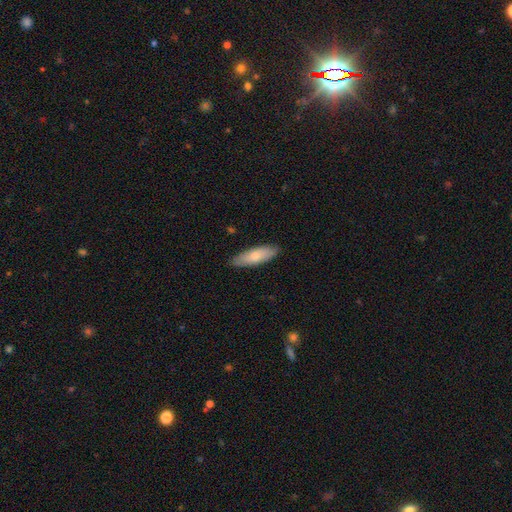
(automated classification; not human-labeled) Smooth or featured? Predicted: smooth (p=0.74). How rounded? Predicted: in between (p=0.52). Merging? Predicted: none (p=0.86).